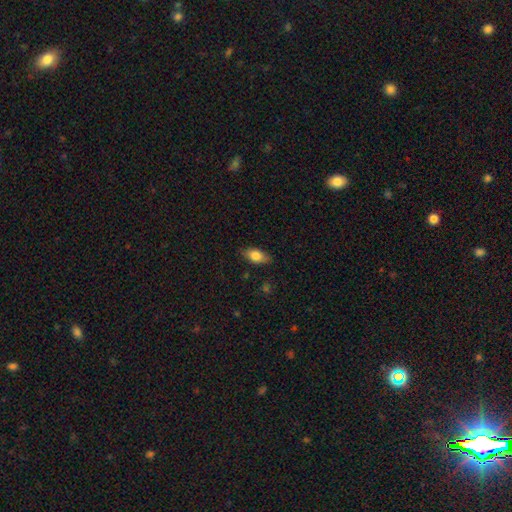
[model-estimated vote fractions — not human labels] Smooth or featured? smooth (78%)
How rounded? in between (87%)
Merging? none (84%)